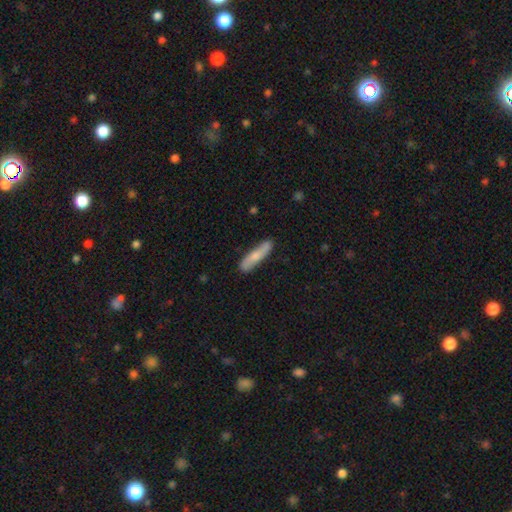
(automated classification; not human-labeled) Smooth or featured? smooth (65%)
How rounded? cigar-shaped (84%)
Merging? none (83%)